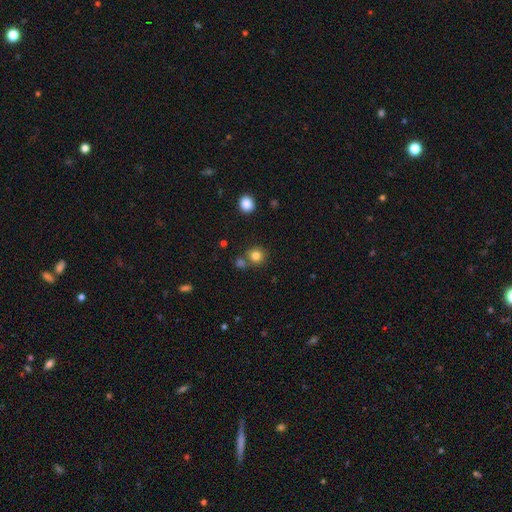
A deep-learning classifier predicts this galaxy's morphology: smooth 82%, star or artifact 13%, featured or disk 6%. Down the decision tree: how rounded — round (89%); merging — none (73%).